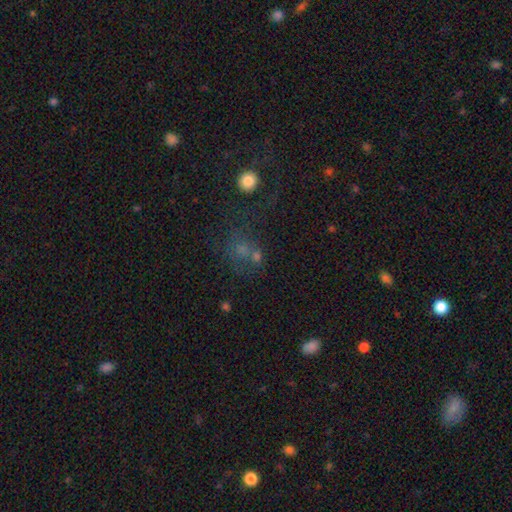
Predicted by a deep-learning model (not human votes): smooth 49%, star or artifact 30%, featured or disk 21%. Down the decision tree: merging — none (42%).